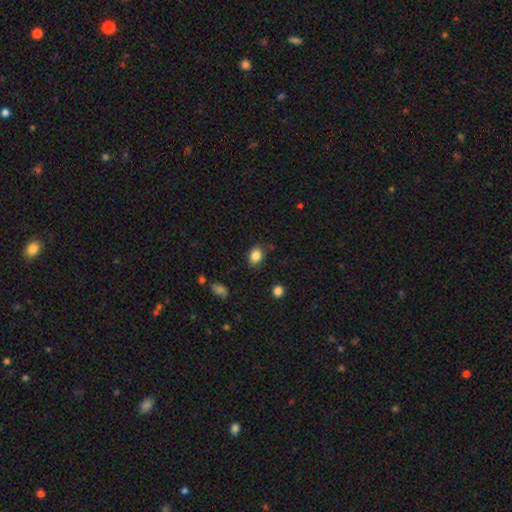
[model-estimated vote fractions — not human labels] Smooth or featured? smooth (85%)
How rounded? in between (69%)
Merging? none (81%)